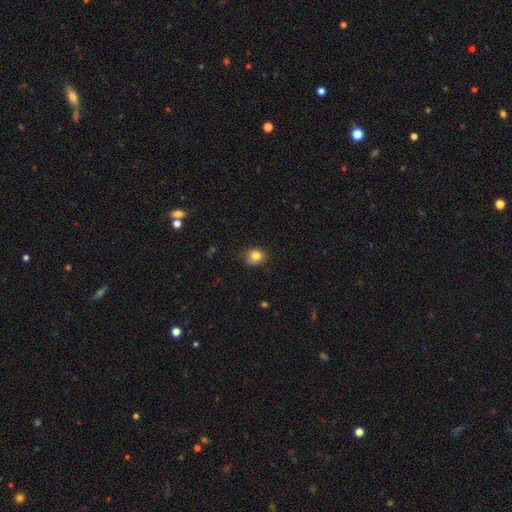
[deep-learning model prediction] Smooth or featured? smooth (81%)
How rounded? round (64%)
Merging? none (77%)